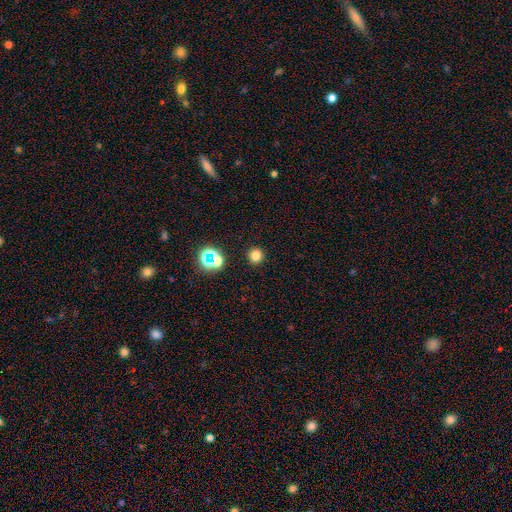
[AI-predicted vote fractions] smooth_or_featured: smooth (p=0.75) [alt: star or artifact p=0.18]
how_rounded: round (p=0.93) [alt: in between p=0.06]
merging: none (p=0.90) [alt: minor disturbance p=0.05]